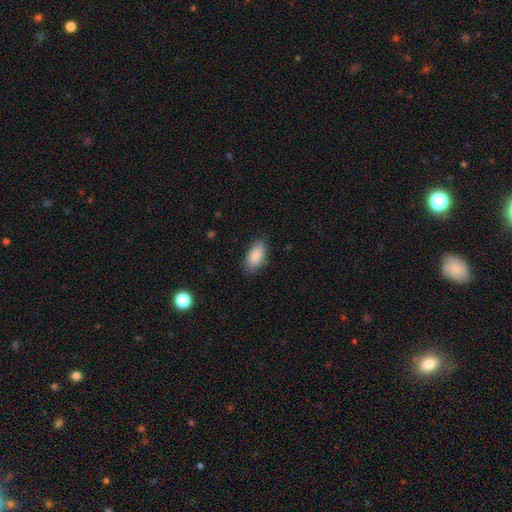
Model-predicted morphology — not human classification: A smooth galaxy with no disk features (87%) that is in between round and cigar-shaped (92%). Merging: none (84%).